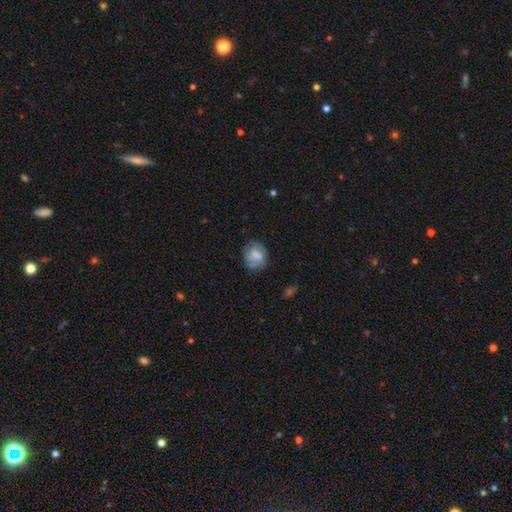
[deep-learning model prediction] This is likely a smooth galaxy (68%). How rounded: likely round (63%). Merging: likely none (64%).